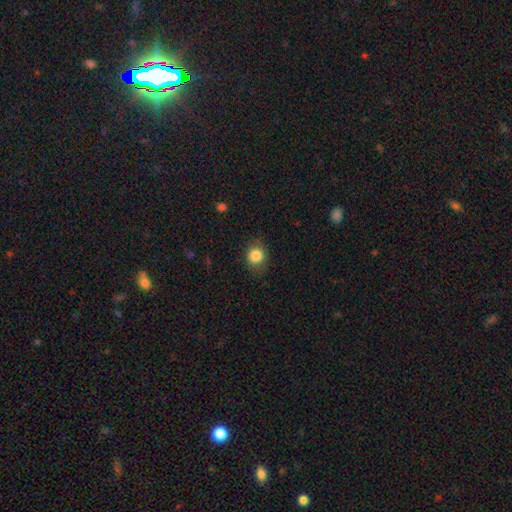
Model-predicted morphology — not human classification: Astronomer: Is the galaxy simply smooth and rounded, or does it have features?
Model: smooth — 85%.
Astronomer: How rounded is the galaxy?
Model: round — 72%.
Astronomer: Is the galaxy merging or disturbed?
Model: none — 79%.